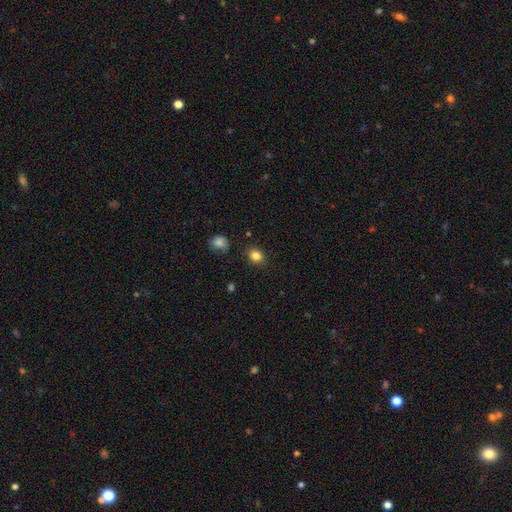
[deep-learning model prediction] Smooth or featured? smooth (84%)
How rounded? round (63%)
Merging? none (86%)